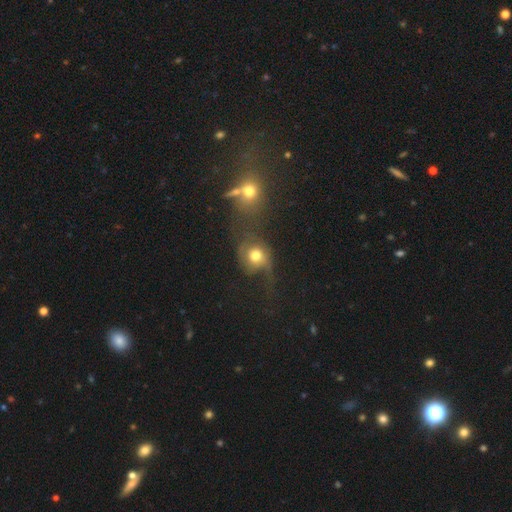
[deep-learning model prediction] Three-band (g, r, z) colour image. It shows a smooth galaxy with no disk features (64%) that is round (79%). Merging: none (32%).